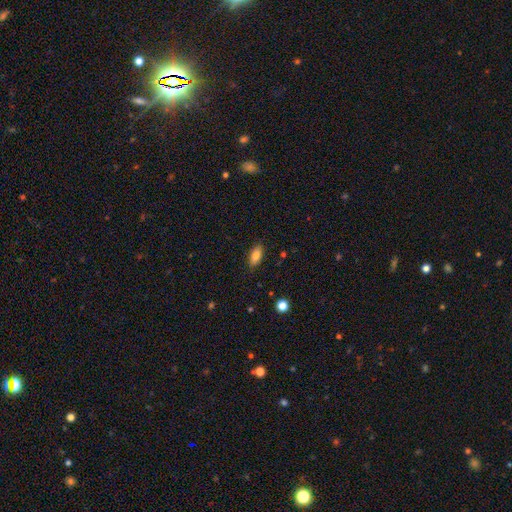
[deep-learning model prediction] Smooth or featured? Predicted: smooth (p=0.81). How rounded? Predicted: in between (p=0.85). Merging? Predicted: none (p=0.86).